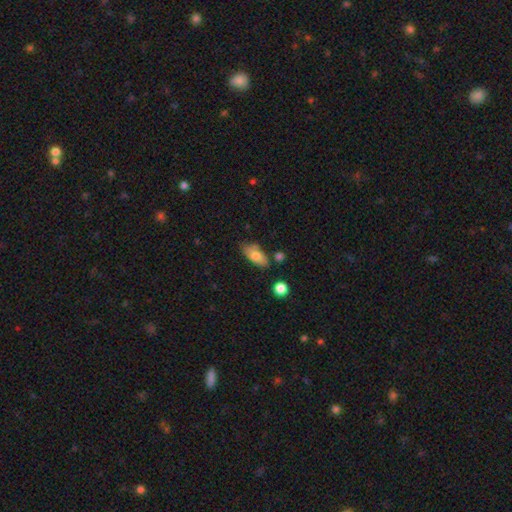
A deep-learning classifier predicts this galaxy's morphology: type=smooth (76%); roundness=in between (87%); merging=none (68%).